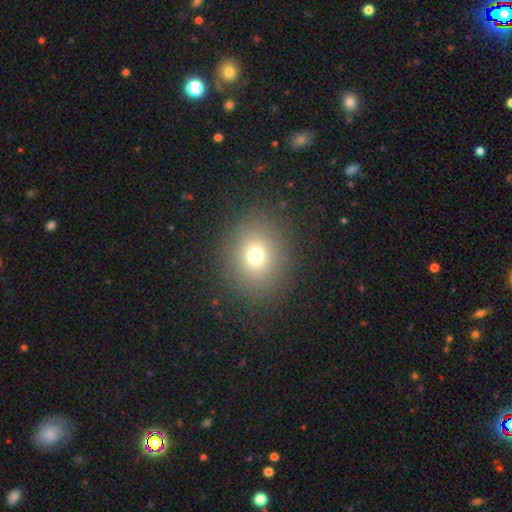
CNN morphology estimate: A smooth galaxy with no disk features (71%) that is round (74%).

Vote fractions:
- Smooth or featured? smooth: 71% / star or artifact: 18% / featured or disk: 11%
- How rounded? round: 74% / in between: 25% / cigar-shaped: 1%
- Merging? none: 87% / minor disturbance: 8% / major disturbance: 4% / merger: 1%